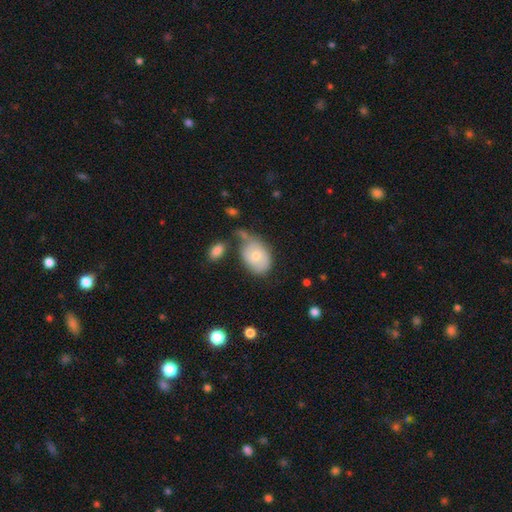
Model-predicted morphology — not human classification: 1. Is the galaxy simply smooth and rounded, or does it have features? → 69% smooth, 24% featured or disk, 7% star or artifact.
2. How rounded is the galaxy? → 78% in between, 21% round, 1% cigar-shaped.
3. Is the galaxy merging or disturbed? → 47% none, 26% minor disturbance, 16% merger, 11% major disturbance.